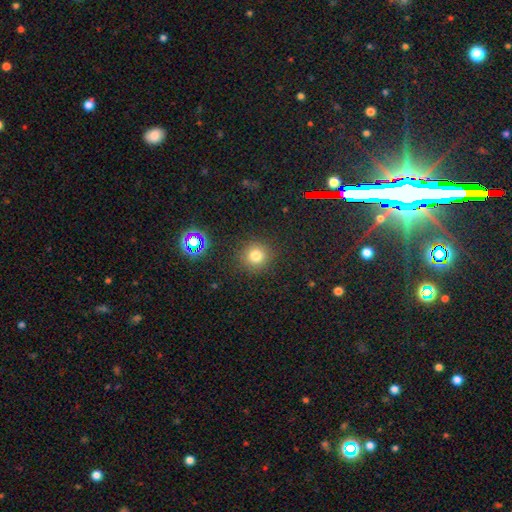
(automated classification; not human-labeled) Smooth or featured?
  - smooth: 76% *
  - star or artifact: 18%
  - featured or disk: 6%
How rounded?
  - round: 94% *
  - in between: 5%
  - cigar-shaped: 1%
Merging?
  - none: 89% *
  - minor disturbance: 6%
  - major disturbance: 3%
  - merger: 2%